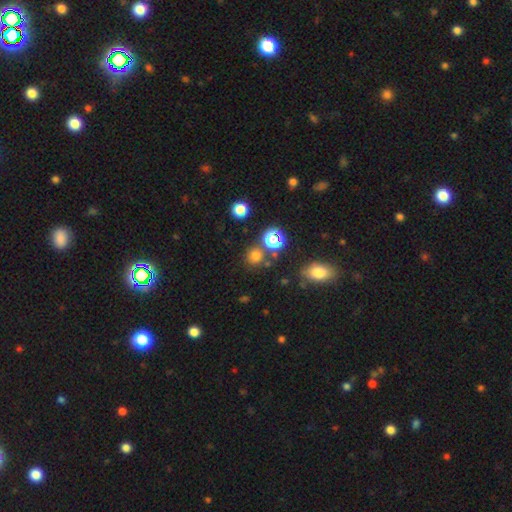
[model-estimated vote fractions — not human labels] smooth-or-featured: smooth: 70% | star or artifact: 25% | featured or disk: 6%
  how-rounded: round: 89% | in between: 10% | cigar-shaped: 1%
  merging: none: 75% | merger: 13% | minor disturbance: 8% | major disturbance: 3%